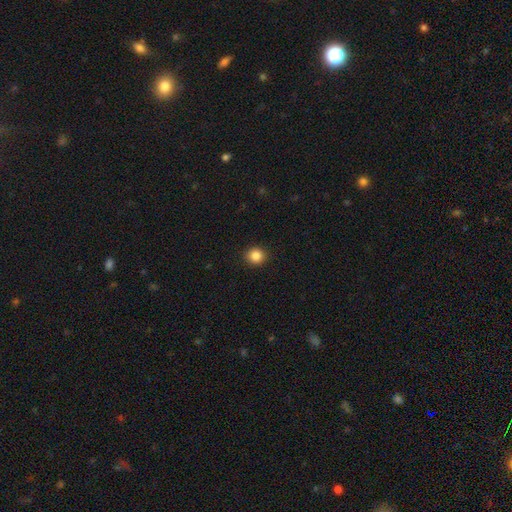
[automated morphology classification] Smooth or featured? smooth (86%)
How rounded? round (89%)
Merging? none (92%)